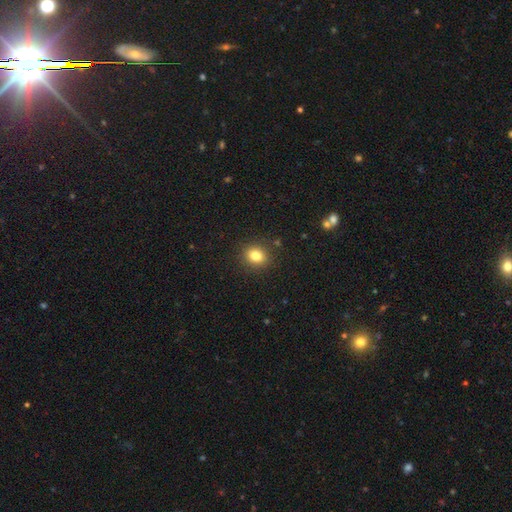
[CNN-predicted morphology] smooth_or_featured: smooth (p=0.83) [alt: star or artifact p=0.11]
how_rounded: round (p=0.54) [alt: in between p=0.45]
merging: none (p=0.88) [alt: minor disturbance p=0.08]